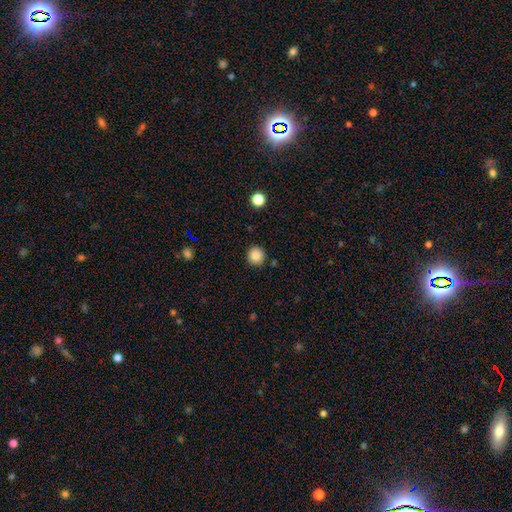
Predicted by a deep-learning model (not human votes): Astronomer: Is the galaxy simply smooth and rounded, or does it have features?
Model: smooth — 86%.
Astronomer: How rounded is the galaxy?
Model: round — 93%.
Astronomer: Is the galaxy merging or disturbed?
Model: none — 89%.